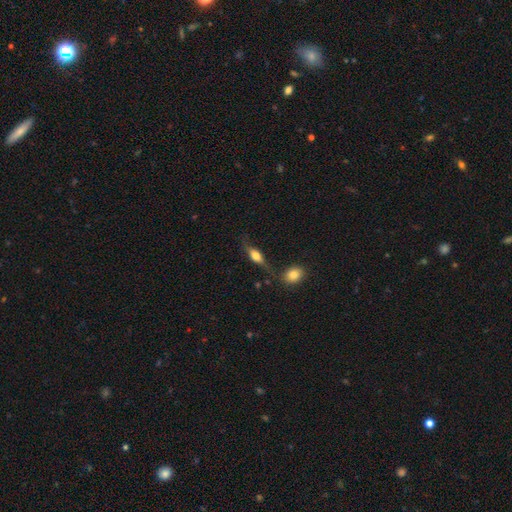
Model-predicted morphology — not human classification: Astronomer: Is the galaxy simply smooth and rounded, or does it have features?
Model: featured or disk — 49% (runner-up: smooth, 43%).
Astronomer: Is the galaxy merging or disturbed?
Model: none — 65%.